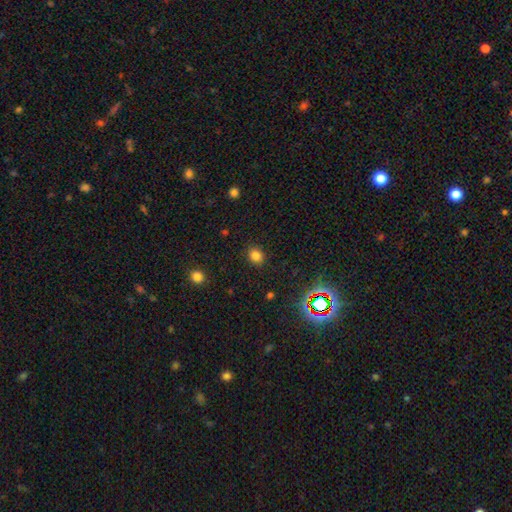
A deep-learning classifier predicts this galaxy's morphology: smooth 80%, star or artifact 15%, featured or disk 5%. Down the decision tree: how rounded — round (63%); merging — none (88%).